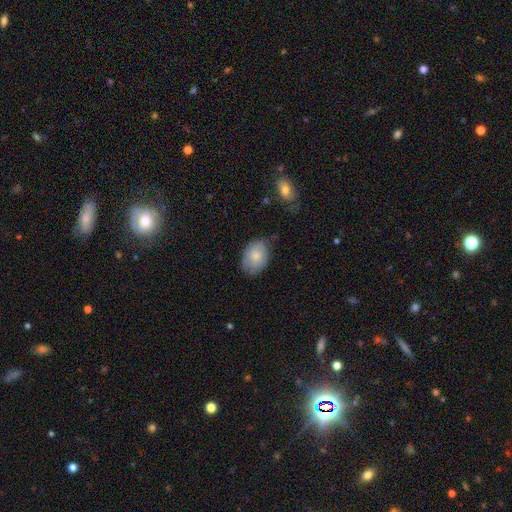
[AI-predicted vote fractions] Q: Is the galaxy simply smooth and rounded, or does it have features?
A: smooth — 76%.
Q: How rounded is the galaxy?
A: in between — 78%.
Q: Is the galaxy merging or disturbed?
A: none — 66%.